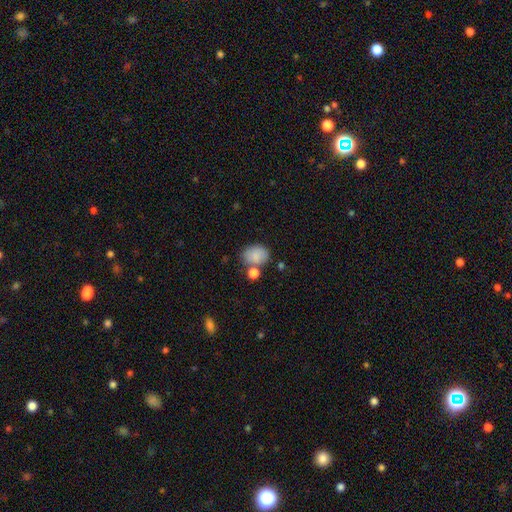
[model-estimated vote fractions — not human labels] This appears to be a smooth galaxy with no disk features (83%) that is in between round and cigar-shaped (56%). Merging: none (59%).